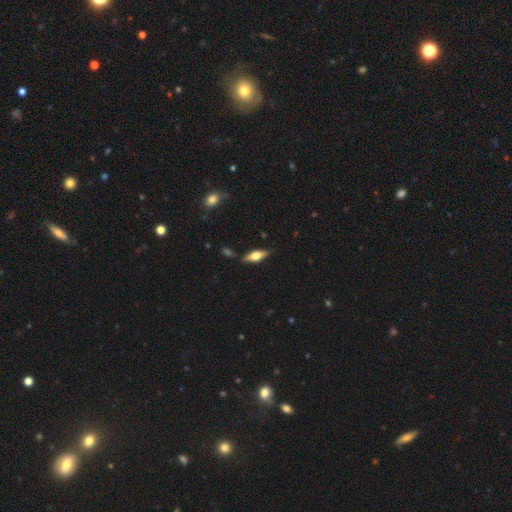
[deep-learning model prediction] Smooth or featured?
  - smooth: 48% *
  - featured or disk: 45%
  - star or artifact: 7%
Merging?
  - none: 83% *
  - minor disturbance: 12%
  - major disturbance: 3%
  - merger: 3%